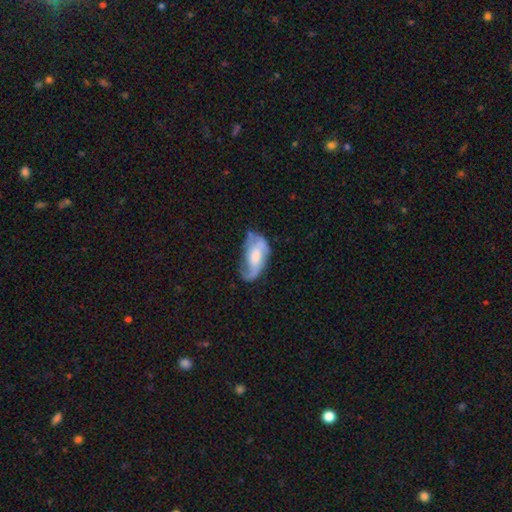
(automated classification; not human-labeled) A featured or disk galaxy (67%) with no bar (53%), 2 (62%) loose (45%) spiral arms (85%) and a moderate central bulge (46%). Merging: none (46%).